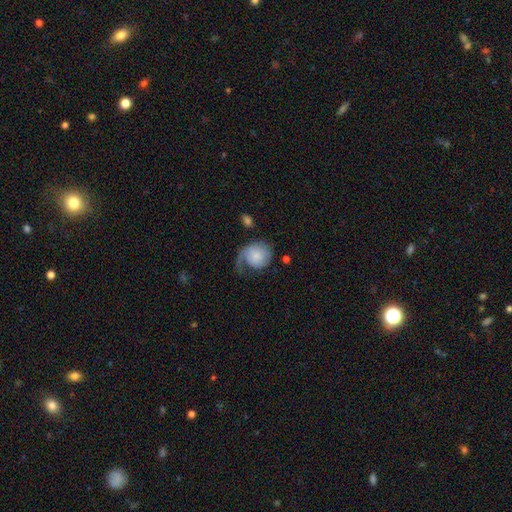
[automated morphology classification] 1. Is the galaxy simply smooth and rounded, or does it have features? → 50% smooth, 44% featured or disk, 7% star or artifact.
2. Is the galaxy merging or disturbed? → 40% major disturbance, 32% none, 25% minor disturbance, 3% merger.